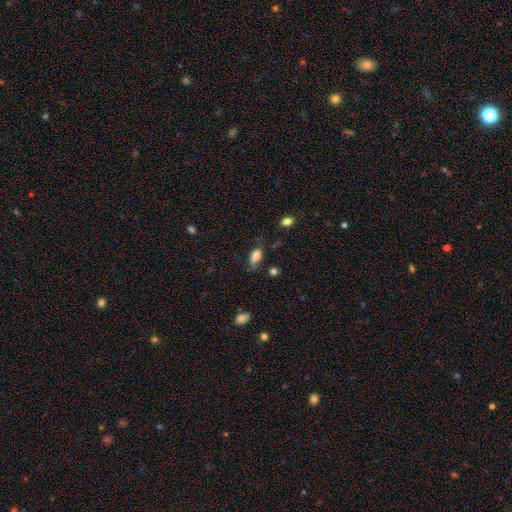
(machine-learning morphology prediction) Smooth or featured? Predicted: smooth (p=0.81). How rounded? Predicted: in between (p=0.86). Merging? Predicted: none (p=0.58).